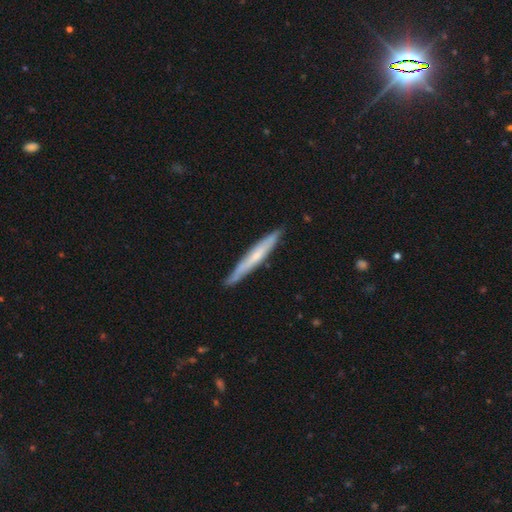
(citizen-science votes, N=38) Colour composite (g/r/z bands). It shows a featured or disk galaxy (61%) viewed edge-on (100%) with no central bulge (52%). Merging: none (73%).